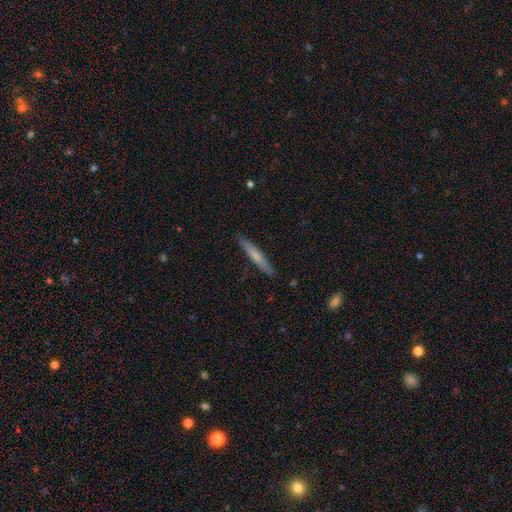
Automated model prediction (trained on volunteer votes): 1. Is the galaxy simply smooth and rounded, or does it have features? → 58% smooth, 37% featured or disk, 5% star or artifact.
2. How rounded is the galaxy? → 95% cigar-shaped, 4% in between, 1% round.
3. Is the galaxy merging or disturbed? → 90% none, 8% minor disturbance, 1% major disturbance, 1% merger.